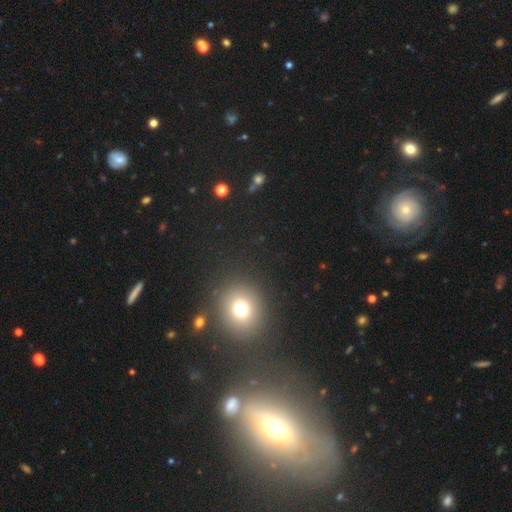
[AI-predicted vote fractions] Overall: smooth (50%; star or artifact 37%). Merging: none (79%).